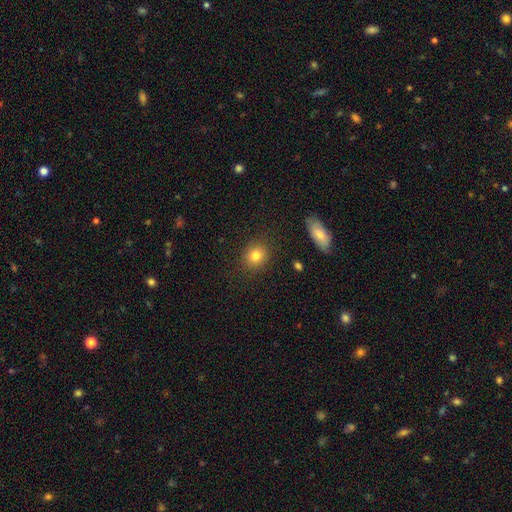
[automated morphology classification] smooth 81%, star or artifact 11%, featured or disk 8%. Down the decision tree: how rounded — round (78%); merging — none (87%).